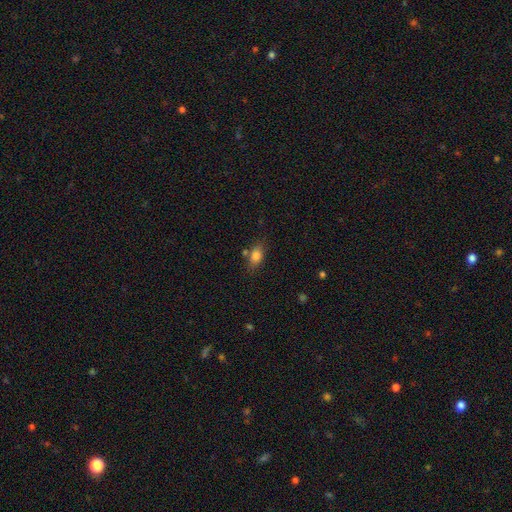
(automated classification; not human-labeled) Smooth or featured? smooth (80%)
How rounded? in between (81%)
Merging? none (70%)